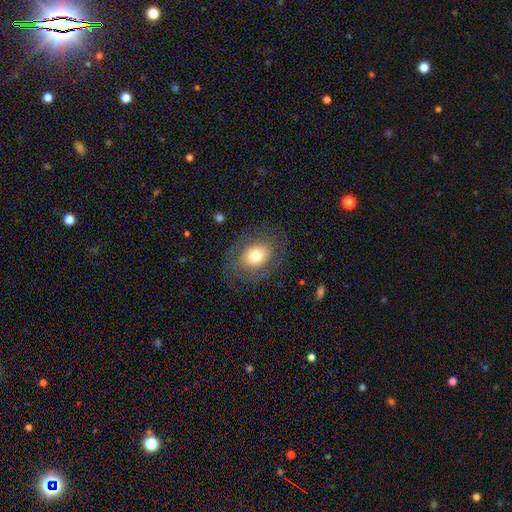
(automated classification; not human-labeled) This appears to be a smooth galaxy with no disk features (63%) that is in between round and cigar-shaped (59%). Merging: none (75%).